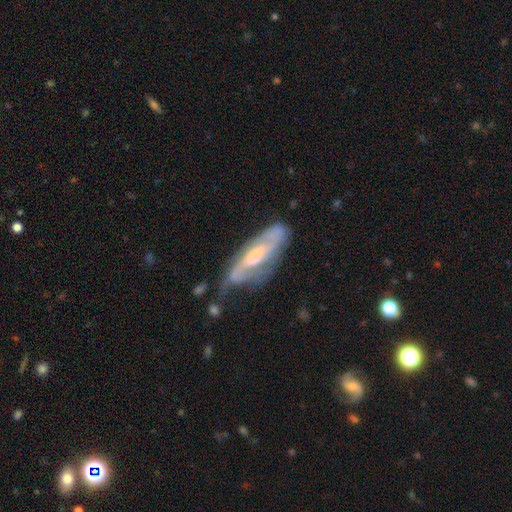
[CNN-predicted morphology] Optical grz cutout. It shows a featured or disk galaxy (74%) with no bar (43%), 2 (58%) medium (44%) spiral arms (86%) and a moderate central bulge (48%). Merging: none (52%).